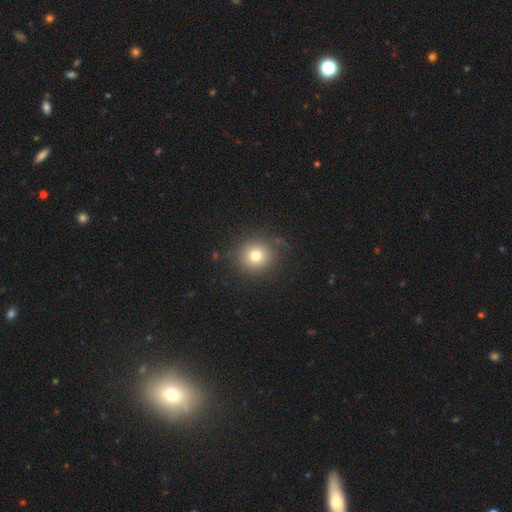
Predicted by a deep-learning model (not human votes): A smooth galaxy with no disk features (76%) that is round (91%).

Vote fractions:
- Smooth or featured? smooth: 76% / star or artifact: 13% / featured or disk: 11%
- How rounded? round: 91% / in between: 8% / cigar-shaped: 1%
- Merging? none: 83% / minor disturbance: 11% / major disturbance: 5% / merger: 2%